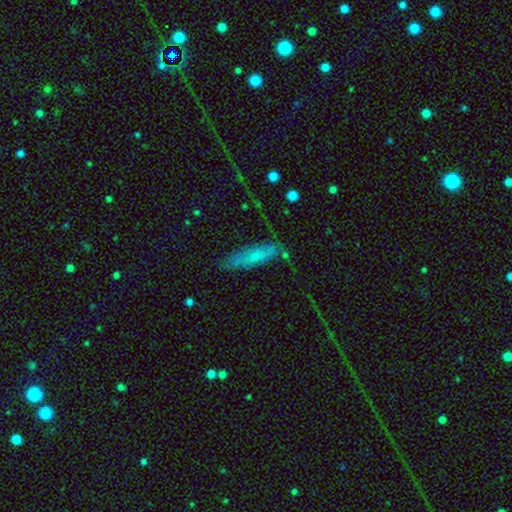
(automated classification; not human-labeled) A smooth galaxy with no disk features (64%) that is cigar-shaped (73%).

Vote fractions:
- Smooth or featured? smooth: 64% / featured or disk: 27% / star or artifact: 9%
- How rounded? cigar-shaped: 73% / in between: 25% / round: 2%
- Merging? none: 71% / minor disturbance: 20% / major disturbance: 5% / merger: 4%